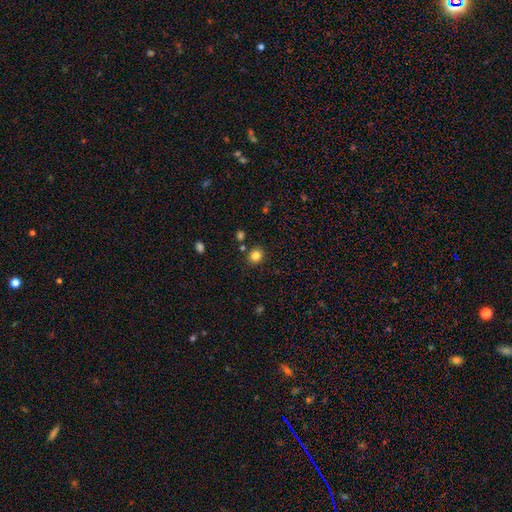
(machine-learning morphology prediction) Smooth or featured? Predicted: smooth (p=0.82). How rounded? Predicted: round (p=0.81). Merging? Predicted: none (p=0.86).